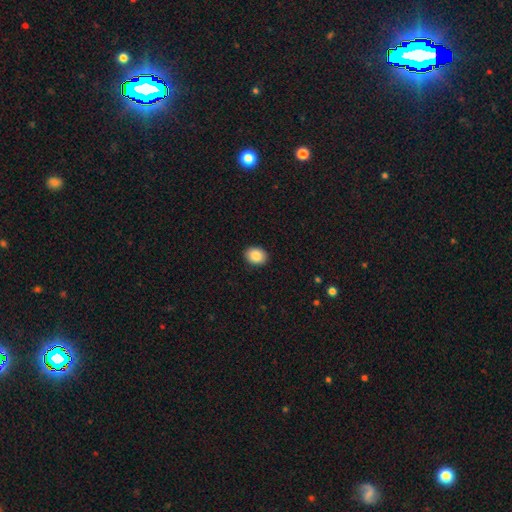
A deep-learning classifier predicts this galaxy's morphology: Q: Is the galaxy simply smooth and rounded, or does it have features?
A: smooth — 88%.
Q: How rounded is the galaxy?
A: in between — 61%.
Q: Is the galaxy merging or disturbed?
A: none — 91%.